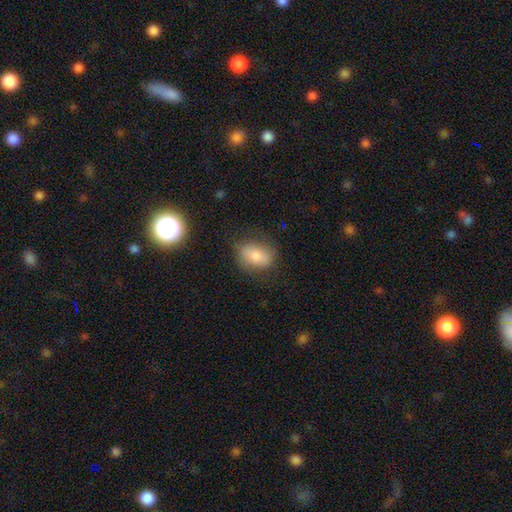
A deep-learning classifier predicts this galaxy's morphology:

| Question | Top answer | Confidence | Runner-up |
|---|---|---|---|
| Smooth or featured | smooth | 74% | featured or disk (15%) |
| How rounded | in between | 75% | round (23%) |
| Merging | none | 76% | minor disturbance (17%) |